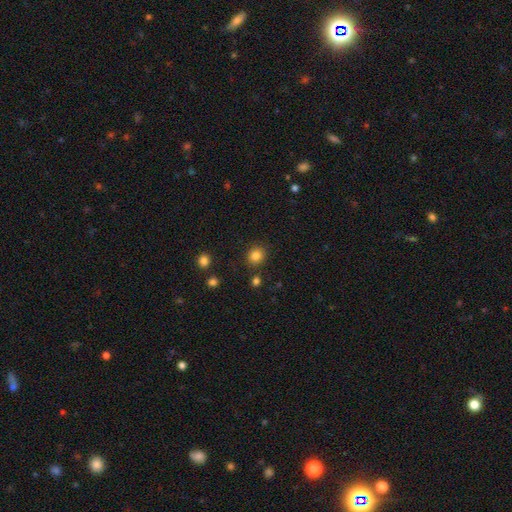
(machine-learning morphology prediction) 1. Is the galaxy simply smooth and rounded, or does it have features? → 84% smooth, 12% star or artifact, 5% featured or disk.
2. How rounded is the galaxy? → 83% round, 17% in between, 1% cigar-shaped.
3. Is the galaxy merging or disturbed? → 85% none, 8% minor disturbance, 4% merger, 3% major disturbance.